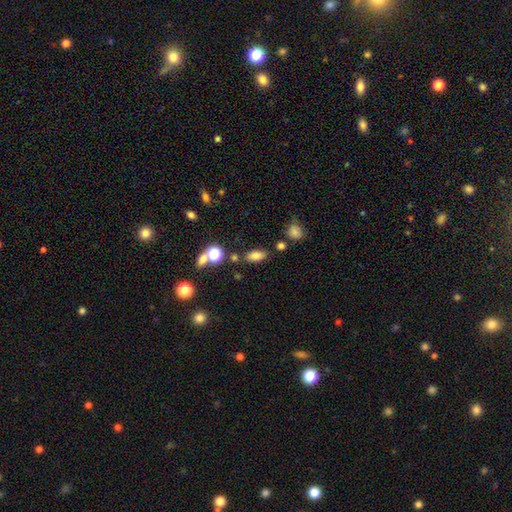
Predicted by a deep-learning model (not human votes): smooth_or_featured: smooth (p=0.77) [alt: star or artifact p=0.13]
how_rounded: in between (p=0.81) [alt: cigar-shaped p=0.11]
merging: none (p=0.77) [alt: minor disturbance p=0.11]